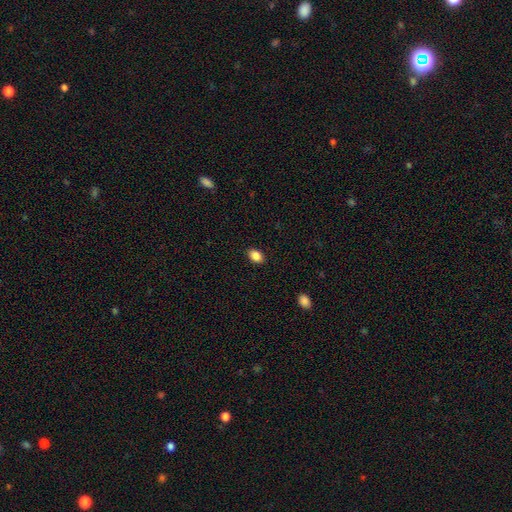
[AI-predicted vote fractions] Morphology: type=smooth (87%); roundness=in between (81%); merging=none (89%).